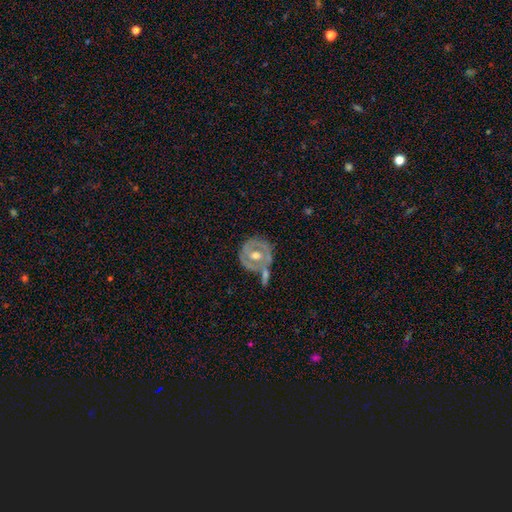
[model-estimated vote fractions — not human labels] smooth-or-featured: featured or disk: 70% | smooth: 24% | star or artifact: 6%
  disk-edge-on: no: 95% | yes: 5%
    bar: no: 58% | weak: 31% | strong: 11%
    has-spiral-arms: yes: 52% | no: 48%
    bulge-size: moderate: 79% | small: 11% | large: 7% | none: 1% | dominant: 1%
  merging: none: 53% | merger: 21% | minor disturbance: 18% | major disturbance: 9%